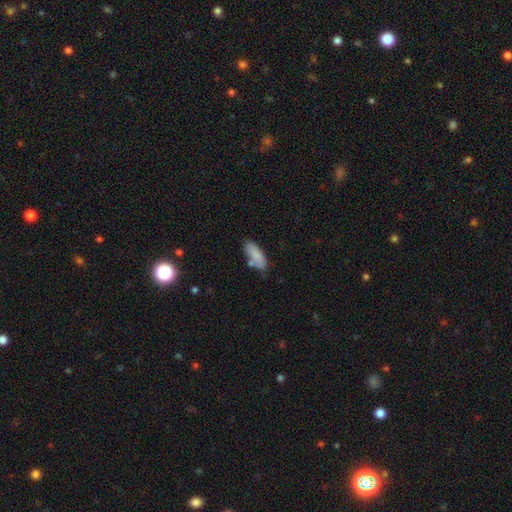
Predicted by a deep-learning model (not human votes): This appears to be a smooth galaxy with no disk features (83%) that is in between round and cigar-shaped (77%). Merging: none (67%).